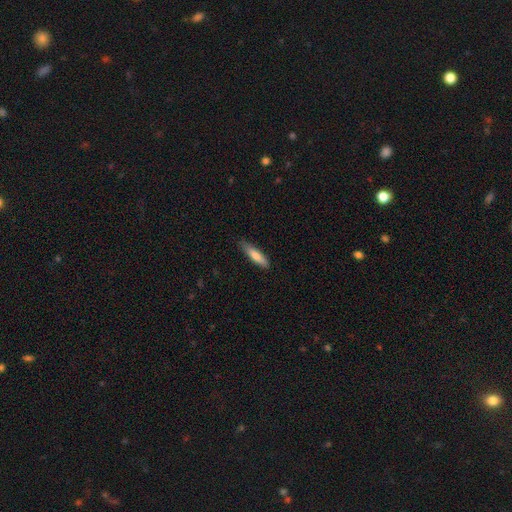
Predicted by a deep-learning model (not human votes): smooth 75%, featured or disk 20%, star or artifact 6%. Down the decision tree: how rounded — cigar-shaped (74%); merging — none (81%).